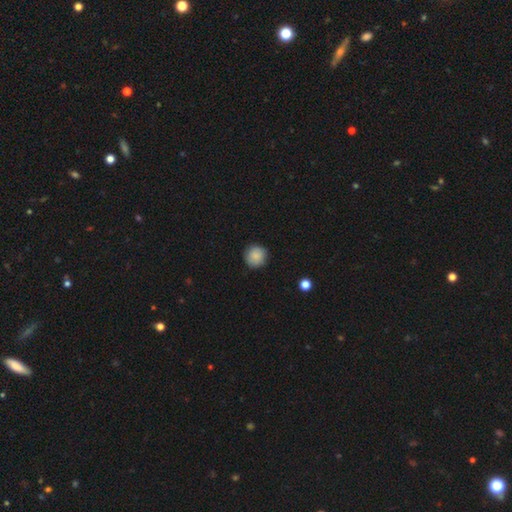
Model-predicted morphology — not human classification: Smooth or featured? Predicted: smooth (p=0.87). How rounded? Predicted: round (p=0.94). Merging? Predicted: none (p=0.89).